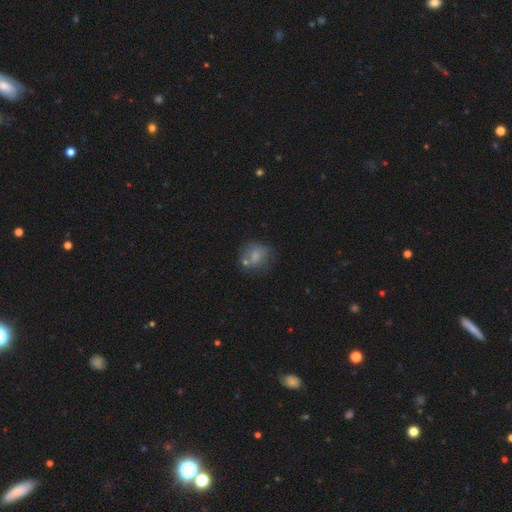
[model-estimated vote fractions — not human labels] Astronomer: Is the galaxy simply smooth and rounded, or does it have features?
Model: smooth — 66%.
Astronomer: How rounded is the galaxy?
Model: round — 66%.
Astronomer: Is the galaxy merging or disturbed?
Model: none — 51%.